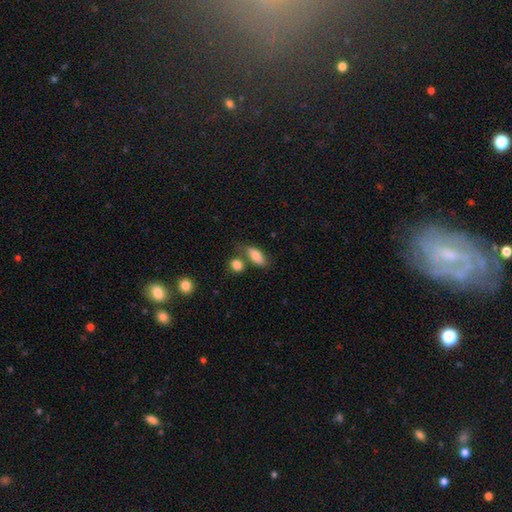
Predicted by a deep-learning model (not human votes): A smooth galaxy with no disk features (80%) that is in between round and cigar-shaped (80%).

Vote fractions:
- Smooth or featured? smooth: 80% / featured or disk: 13% / star or artifact: 7%
- How rounded? in between: 80% / cigar-shaped: 14% / round: 6%
- Merging? none: 53% / merger: 22% / minor disturbance: 18% / major disturbance: 7%